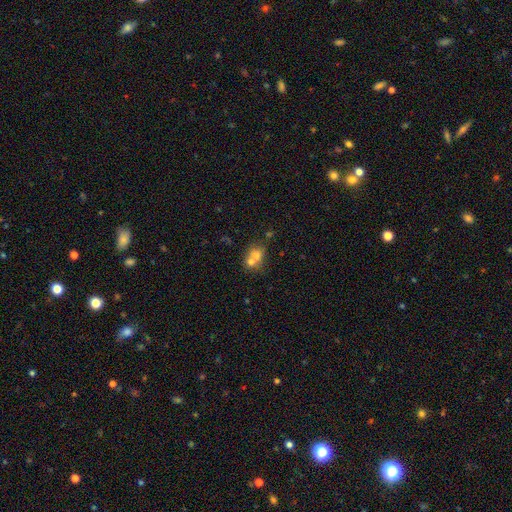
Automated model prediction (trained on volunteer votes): smooth-or-featured: smooth: 69% | featured or disk: 18% | star or artifact: 13%
  how-rounded: round: 64% | in between: 35% | cigar-shaped: 1%
  merging: merger: 60% | none: 30% | minor disturbance: 7% | major disturbance: 3%